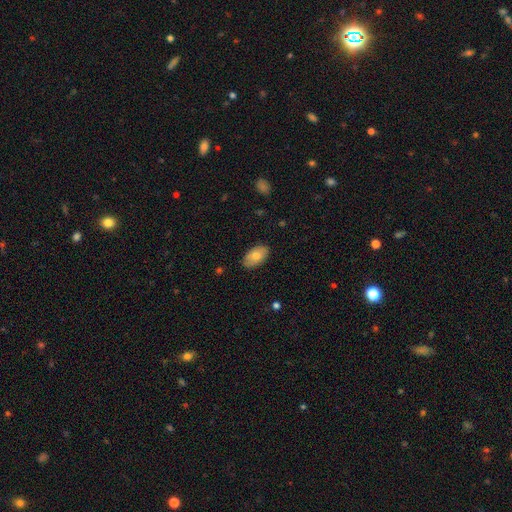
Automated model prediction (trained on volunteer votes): Morphology: type=smooth (77%); roundness=in between (94%); merging=none (85%).